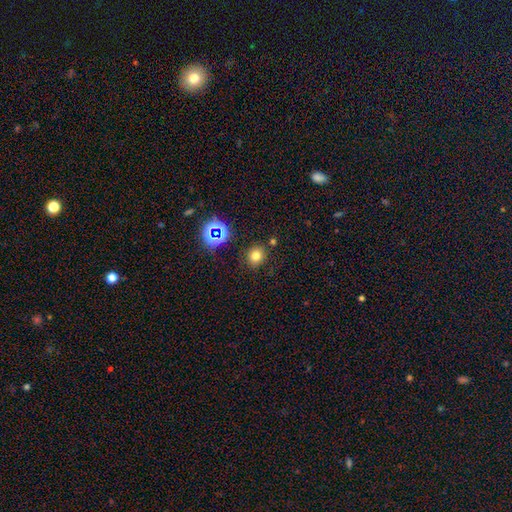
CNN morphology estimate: smooth 71%, star or artifact 21%, featured or disk 8%. Down the decision tree: how rounded — round (77%); merging — none (83%).